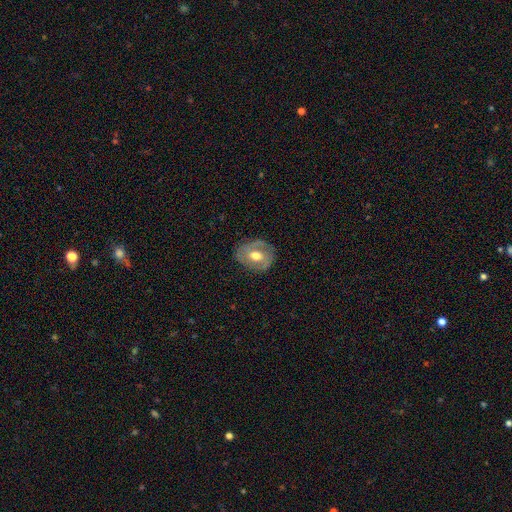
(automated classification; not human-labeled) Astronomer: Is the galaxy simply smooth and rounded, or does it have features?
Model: featured or disk — 60%.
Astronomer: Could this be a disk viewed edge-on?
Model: no — 95%.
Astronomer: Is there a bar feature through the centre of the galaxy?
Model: no — 47% (runner-up: weak, 38%).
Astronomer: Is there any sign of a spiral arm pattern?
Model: yes — 59% (runner-up: no, 41%).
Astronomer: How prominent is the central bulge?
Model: moderate — 73%.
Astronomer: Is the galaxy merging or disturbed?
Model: none — 74%.